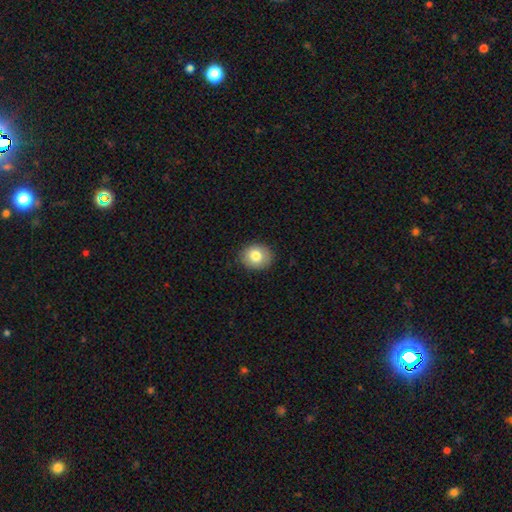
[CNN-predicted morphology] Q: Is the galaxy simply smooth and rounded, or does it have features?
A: smooth — 81%.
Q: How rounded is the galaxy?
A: round — 70%.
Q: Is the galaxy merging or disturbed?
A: none — 88%.